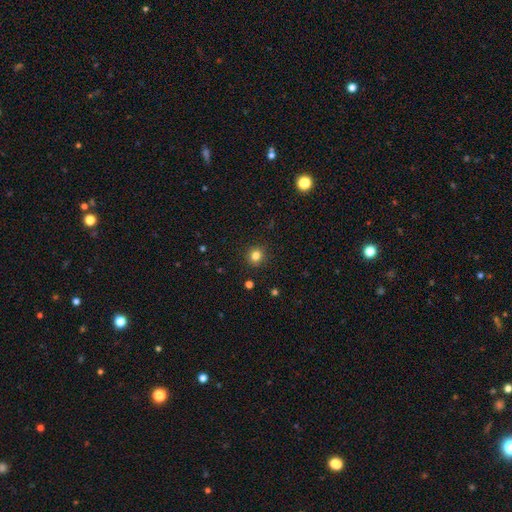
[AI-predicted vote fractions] smooth_or_featured: smooth (p=0.82) [alt: star or artifact p=0.13]
how_rounded: round (p=0.86) [alt: in between p=0.13]
merging: none (p=0.91) [alt: minor disturbance p=0.06]